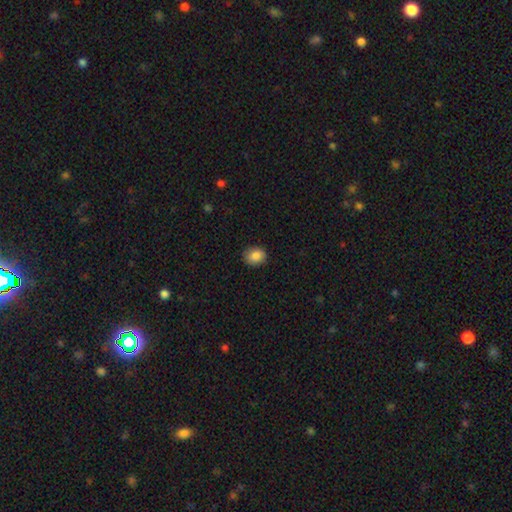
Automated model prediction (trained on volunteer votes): A smooth galaxy with no disk features (86%) that is round (60%). Merging: none (88%).